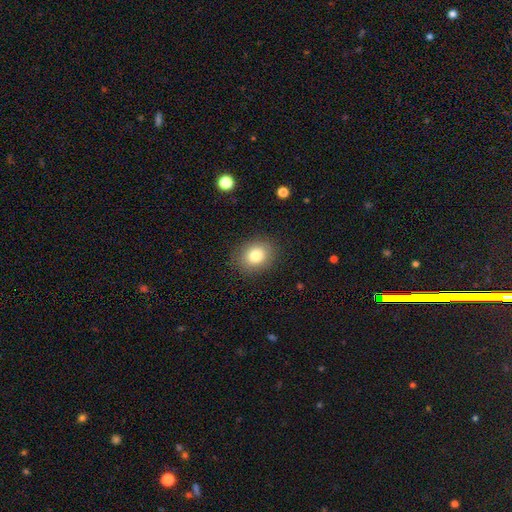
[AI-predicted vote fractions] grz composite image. It shows a smooth galaxy with no disk features (81%) that is round (53%). Merging: none (86%).